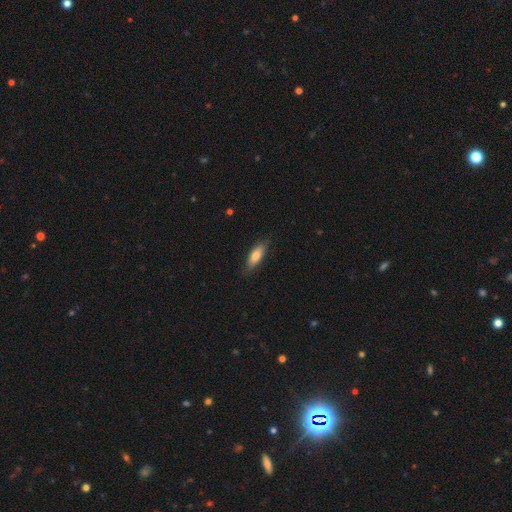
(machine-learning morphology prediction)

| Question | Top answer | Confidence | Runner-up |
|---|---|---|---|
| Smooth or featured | smooth | 73% | featured or disk (21%) |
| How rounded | in between | 55% | cigar-shaped (43%) |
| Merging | none | 81% | minor disturbance (15%) |